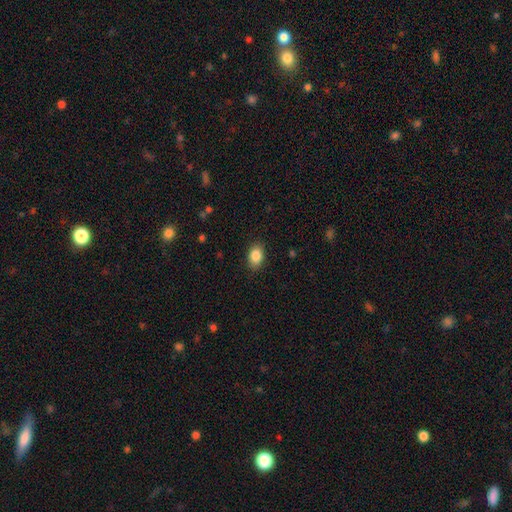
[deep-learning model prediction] smooth-or-featured: smooth: 87% | star or artifact: 8% | featured or disk: 5%
  how-rounded: in between: 83% | round: 16% | cigar-shaped: 1%
  merging: none: 86% | minor disturbance: 10% | major disturbance: 3% | merger: 1%